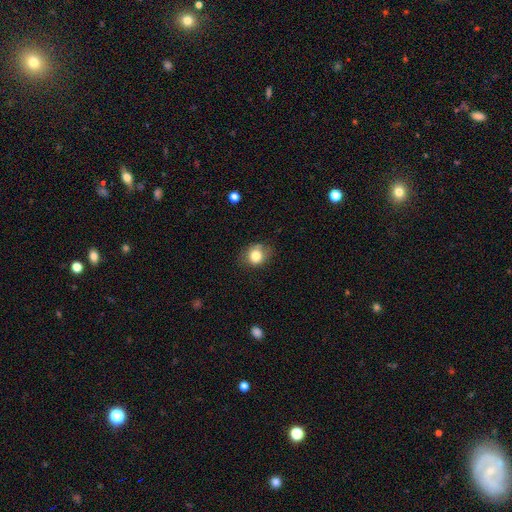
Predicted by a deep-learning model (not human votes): This appears to be a smooth galaxy with no disk features (80%) that is round (64%). Merging: none (66%).